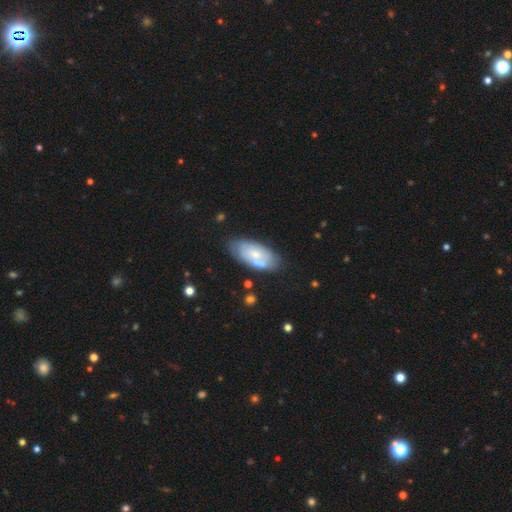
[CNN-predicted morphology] smooth 53%, featured or disk 41%, star or artifact 7%. Down the decision tree: how rounded — in between (91%); merging — none (65%).